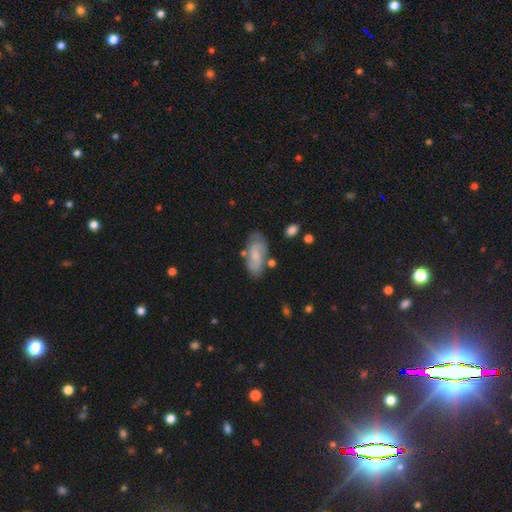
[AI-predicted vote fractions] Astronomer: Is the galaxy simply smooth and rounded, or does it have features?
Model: featured or disk — 54% (runner-up: smooth, 39%).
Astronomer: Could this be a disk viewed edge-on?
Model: no — 93%.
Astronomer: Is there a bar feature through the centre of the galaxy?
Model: no — 54% (runner-up: weak, 38%).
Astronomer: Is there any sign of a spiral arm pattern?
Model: yes — 86%.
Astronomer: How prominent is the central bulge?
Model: small — 52%.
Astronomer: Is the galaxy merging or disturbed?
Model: none — 65%.